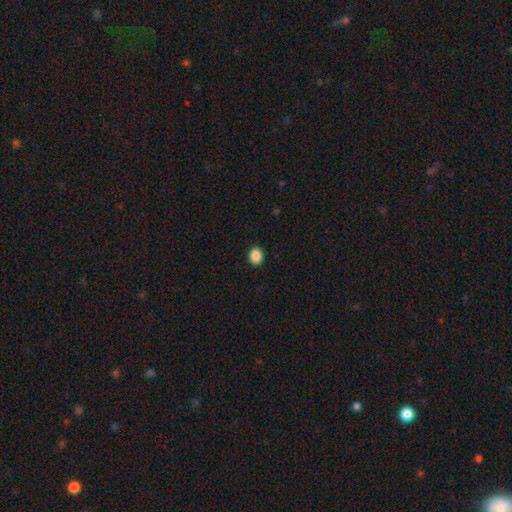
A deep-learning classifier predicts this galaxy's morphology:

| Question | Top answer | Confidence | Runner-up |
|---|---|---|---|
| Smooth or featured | smooth | 89% | star or artifact (9%) |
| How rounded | in between | 52% | round (47%) |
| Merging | none | 90% | minor disturbance (7%) |